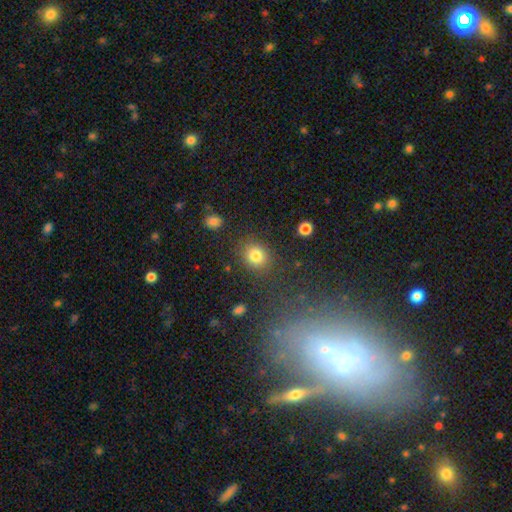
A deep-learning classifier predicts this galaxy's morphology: This is clearly a smooth galaxy (82%). How rounded: likely round (74%). Merging: clearly none (84%).